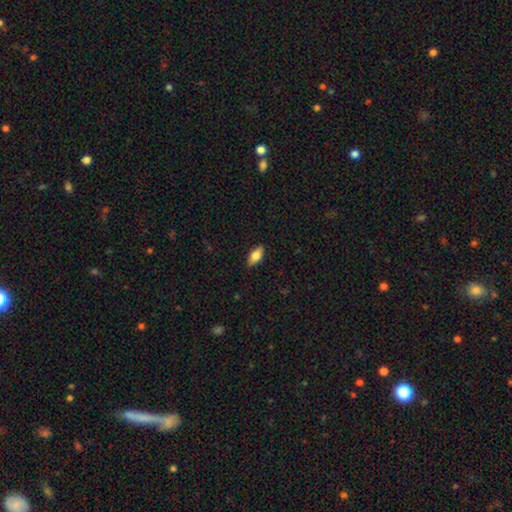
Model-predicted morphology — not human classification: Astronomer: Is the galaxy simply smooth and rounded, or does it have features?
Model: smooth — 69%.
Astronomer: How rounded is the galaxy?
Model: in between — 85%.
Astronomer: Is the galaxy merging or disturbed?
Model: none — 88%.